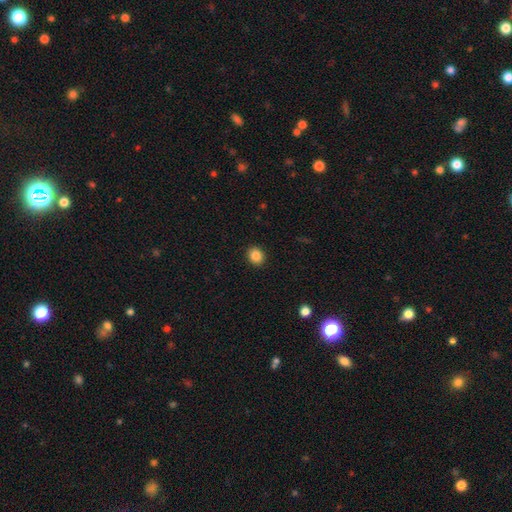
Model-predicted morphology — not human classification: A smooth galaxy with no disk features (86%) that is round (68%). Merging: none (92%).